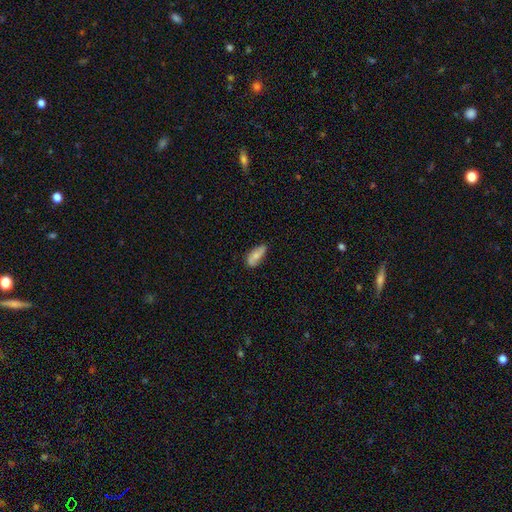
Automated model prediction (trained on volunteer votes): smooth_or_featured: smooth (p=0.70) [alt: featured or disk p=0.23]
how_rounded: in between (p=0.82) [alt: cigar-shaped p=0.15]
merging: none (p=0.69) [alt: minor disturbance p=0.25]